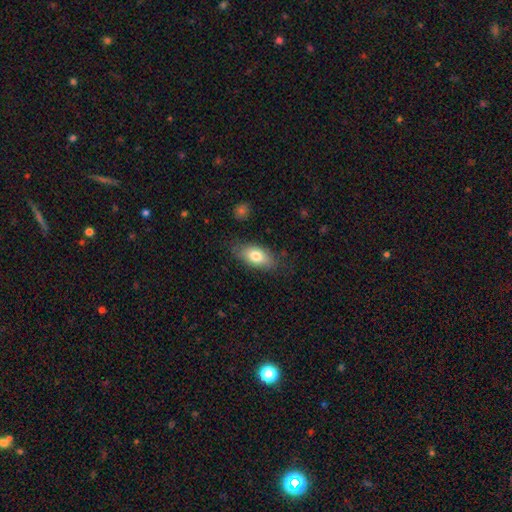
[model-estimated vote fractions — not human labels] A smooth galaxy with no disk features (75%) that is in between round and cigar-shaped (84%). Merging: none (82%).